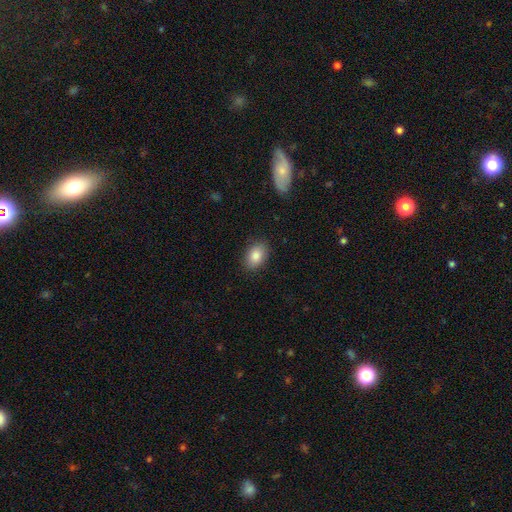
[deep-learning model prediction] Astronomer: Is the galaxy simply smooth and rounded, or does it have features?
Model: smooth — 86%.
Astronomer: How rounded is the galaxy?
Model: in between — 83%.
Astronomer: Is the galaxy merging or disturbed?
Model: none — 86%.